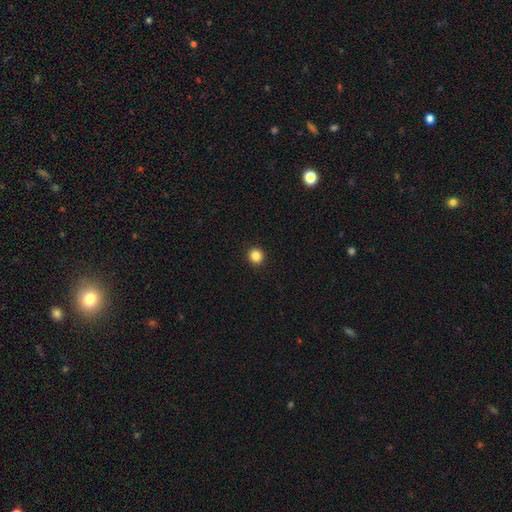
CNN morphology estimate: smooth 87%, star or artifact 10%, featured or disk 3%. Down the decision tree: how rounded — round (89%); merging — none (93%).